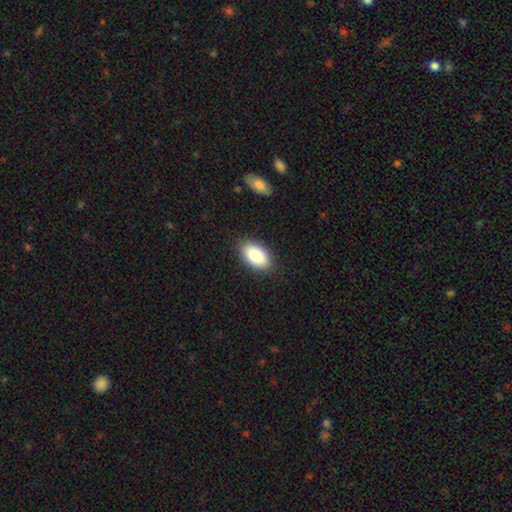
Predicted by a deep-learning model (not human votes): This appears to be a smooth galaxy with no disk features (83%) that is in between round and cigar-shaped (93%). Merging: none (88%).